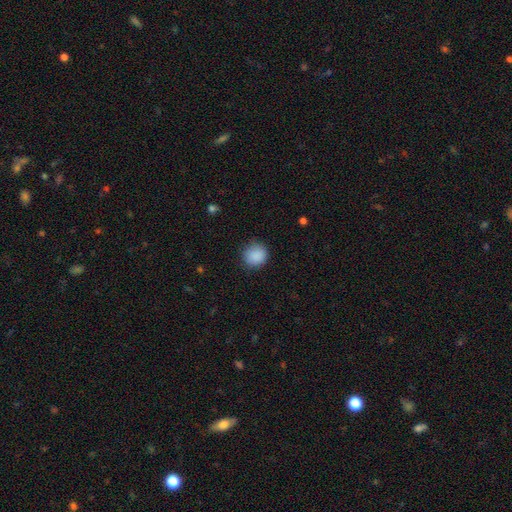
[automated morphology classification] smooth 89%, star or artifact 8%, featured or disk 3%. Down the decision tree: how rounded — round (88%); merging — none (85%).